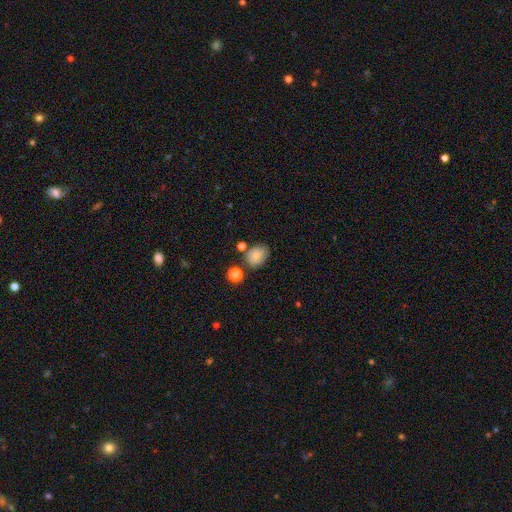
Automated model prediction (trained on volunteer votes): Smooth or featured: smooth — 81% (star or artifact — 10%)
How rounded: in between — 61% (round — 38%)
Merging: none — 68% (minor disturbance — 19%)